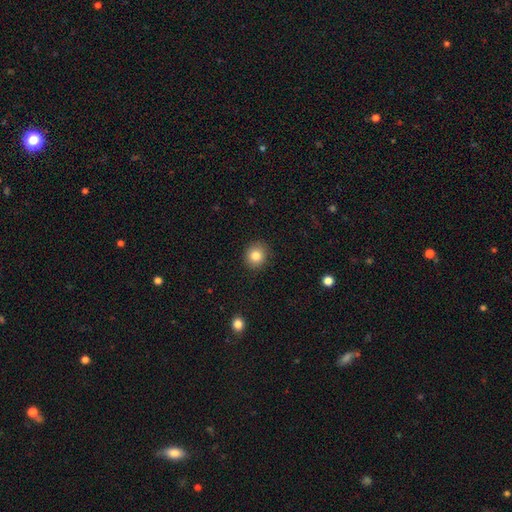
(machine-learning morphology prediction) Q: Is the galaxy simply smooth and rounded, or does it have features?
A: smooth — 83%.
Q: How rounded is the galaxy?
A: round — 80%.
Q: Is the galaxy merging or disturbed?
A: none — 89%.